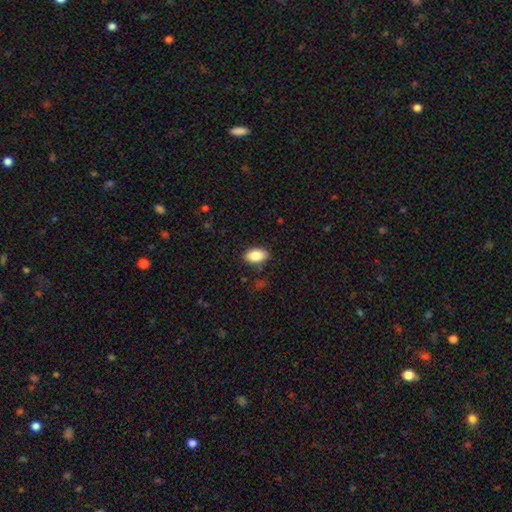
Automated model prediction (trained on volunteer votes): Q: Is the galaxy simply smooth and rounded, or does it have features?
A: smooth — 86%.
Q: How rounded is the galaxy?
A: in between — 91%.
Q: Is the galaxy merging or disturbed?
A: none — 86%.